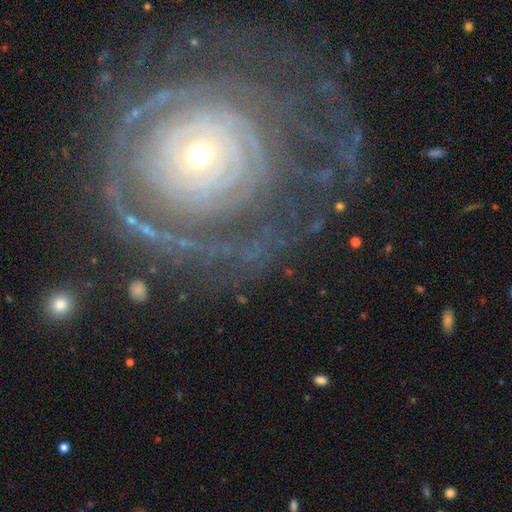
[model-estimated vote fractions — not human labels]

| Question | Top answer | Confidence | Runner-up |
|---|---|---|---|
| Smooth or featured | featured or disk | 83% | star or artifact (10%) |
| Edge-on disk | no | 96% | yes (4%) |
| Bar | no | 72% | weak (16%) |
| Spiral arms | yes | 95% | no (5%) |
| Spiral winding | tight | 83% | medium (13%) |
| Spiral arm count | can't tell | 28% | more than 4 (22%) |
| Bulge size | small | 66% | moderate (29%) |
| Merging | none | 73% | minor disturbance (13%) |